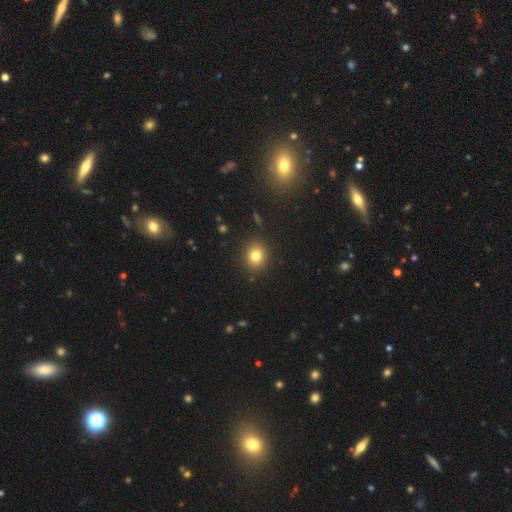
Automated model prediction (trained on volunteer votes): A smooth galaxy with no disk features (79%) that is round (76%). Merging: none (89%).